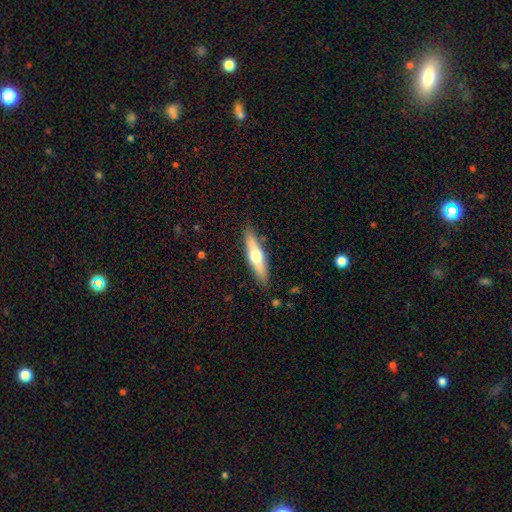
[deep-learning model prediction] Morphology: type=featured or disk (49%); merging=none (87%).